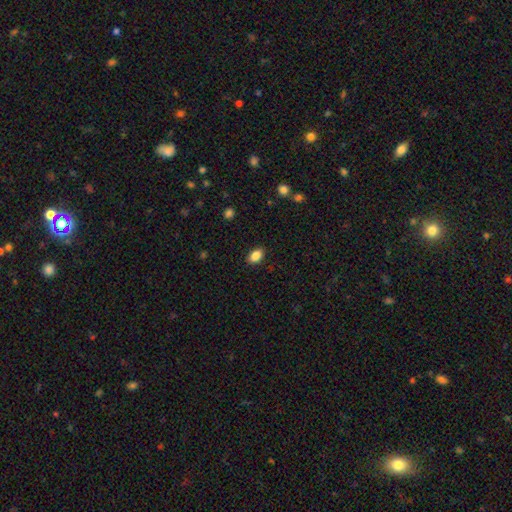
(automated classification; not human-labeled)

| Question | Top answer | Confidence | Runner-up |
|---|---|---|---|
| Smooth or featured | smooth | 86% | star or artifact (9%) |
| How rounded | in between | 87% | round (12%) |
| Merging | none | 88% | minor disturbance (9%) |